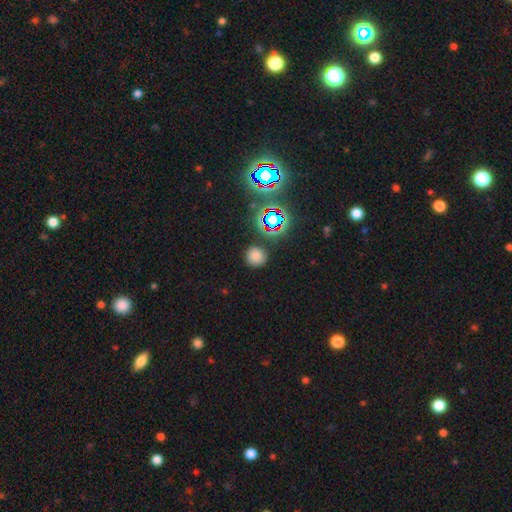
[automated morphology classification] Q: Smooth or featured?
A: smooth (71%); runner-up: star or artifact (23%)
Q: How rounded?
A: round (90%); runner-up: in between (9%)
Q: Merging?
A: none (84%); runner-up: minor disturbance (10%)